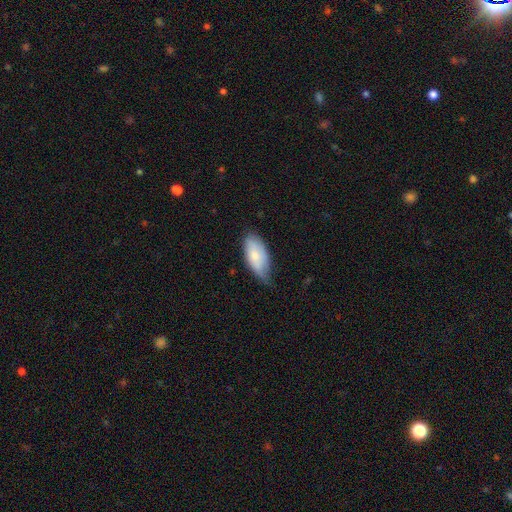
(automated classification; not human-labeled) Q: Smooth or featured?
A: smooth (75%); runner-up: featured or disk (19%)
Q: How rounded?
A: in between (90%); runner-up: cigar-shaped (8%)
Q: Merging?
A: none (49%); runner-up: minor disturbance (42%)